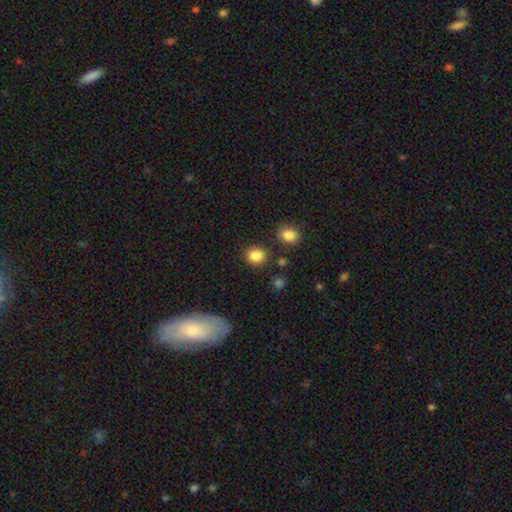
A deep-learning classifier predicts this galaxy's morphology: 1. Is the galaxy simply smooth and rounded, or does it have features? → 86% smooth, 10% star or artifact, 4% featured or disk.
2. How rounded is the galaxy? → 79% round, 20% in between, 1% cigar-shaped.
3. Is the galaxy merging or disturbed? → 86% none, 8% minor disturbance, 4% merger, 3% major disturbance.